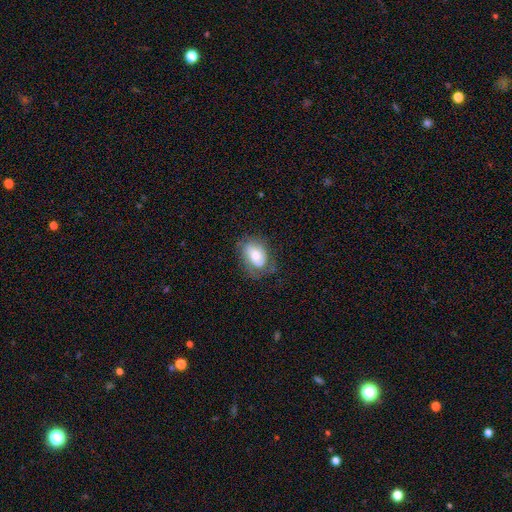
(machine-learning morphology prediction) This is possibly a smooth galaxy (55%). How rounded: clearly in between (84%). Merging: possibly none (58%).